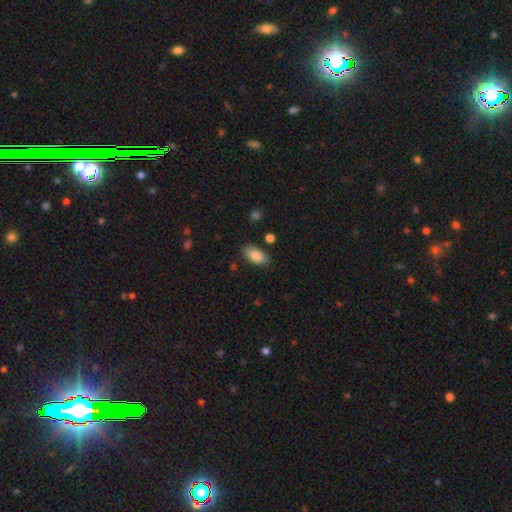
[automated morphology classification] type=smooth (85%); roundness=in between (93%); merging=none (83%).